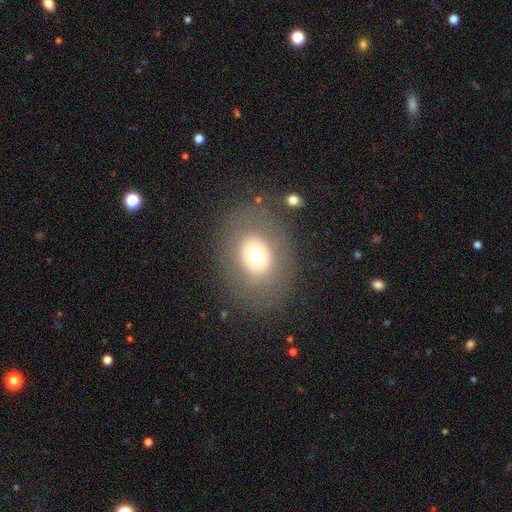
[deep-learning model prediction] Smooth or featured? Predicted: smooth (p=0.63). How rounded? Predicted: in between (p=0.57). Merging? Predicted: none (p=0.80).